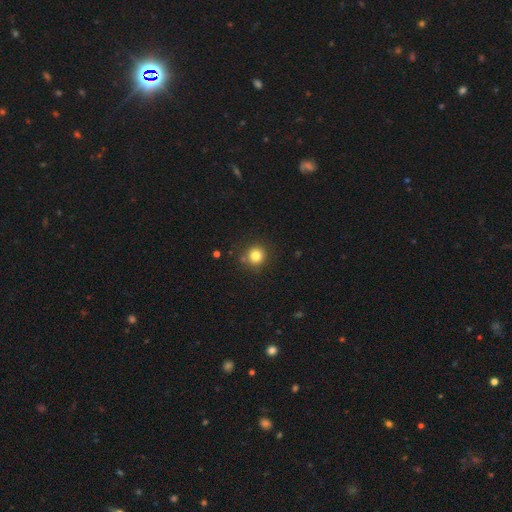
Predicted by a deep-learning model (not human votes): A smooth galaxy with no disk features (82%) that is round (92%).

Vote fractions:
- Smooth or featured? smooth: 82% / star or artifact: 13% / featured or disk: 6%
- How rounded? round: 92% / in between: 7% / cigar-shaped: 1%
- Merging? none: 82% / minor disturbance: 10% / merger: 5% / major disturbance: 3%